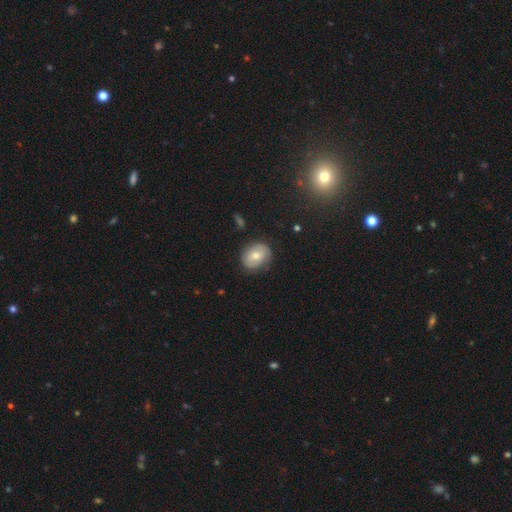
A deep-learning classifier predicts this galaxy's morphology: A smooth galaxy with no disk features (60%) that is round (52%).

Vote fractions:
- Smooth or featured? smooth: 60% / featured or disk: 32% / star or artifact: 8%
- How rounded? round: 52% / in between: 47% / cigar-shaped: 1%
- Merging? none: 77% / minor disturbance: 17% / major disturbance: 4% / merger: 1%